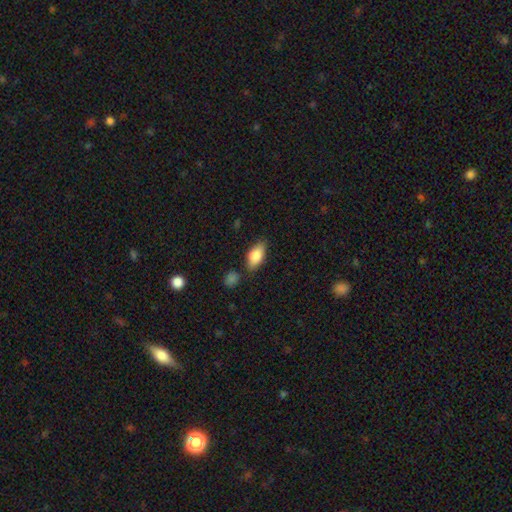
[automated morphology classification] The model was most divided on "merging": none: 74%, minor disturbance: 17%, merger: 5%, major disturbance: 4%. More confident: how rounded — in between (88%); smooth or featured — smooth (82%).